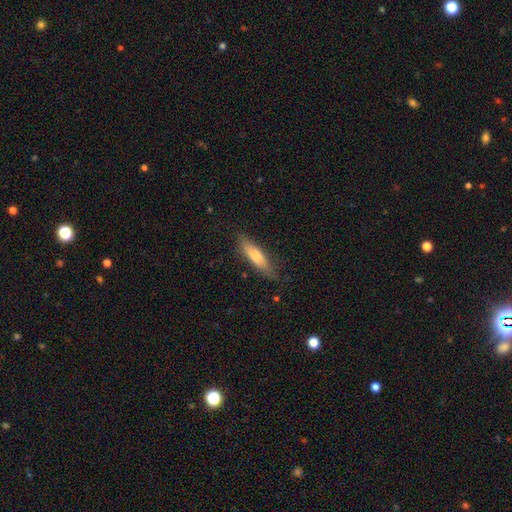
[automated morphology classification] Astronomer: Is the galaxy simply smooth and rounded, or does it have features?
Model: smooth — 77%.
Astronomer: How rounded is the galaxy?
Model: cigar-shaped — 67%.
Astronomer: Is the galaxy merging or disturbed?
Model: none — 77%.